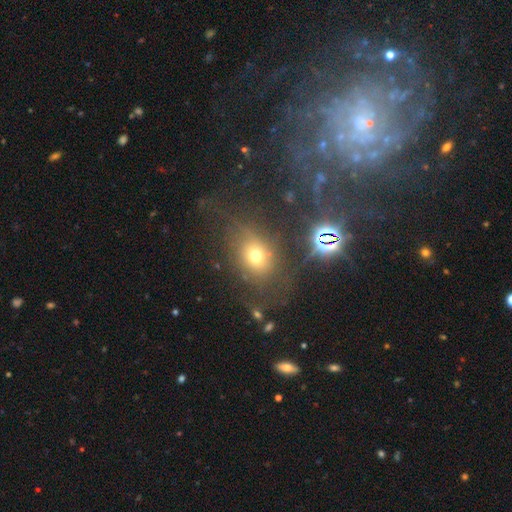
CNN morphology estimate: A smooth galaxy with no disk features (62%) that is round (55%).

Vote fractions:
- Smooth or featured? smooth: 62% / star or artifact: 23% / featured or disk: 15%
- How rounded? round: 55% / in between: 43% / cigar-shaped: 2%
- Merging? none: 67% / minor disturbance: 15% / major disturbance: 14% / merger: 4%